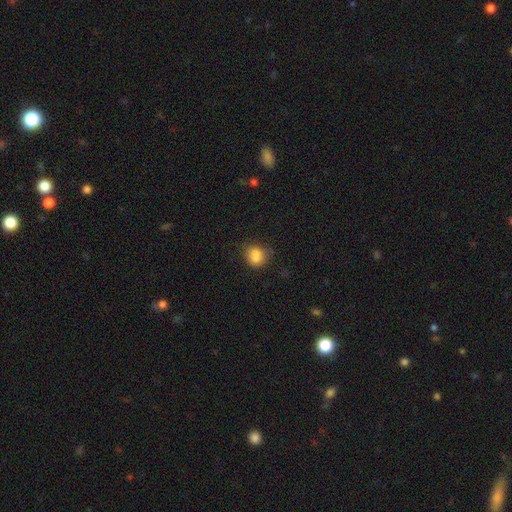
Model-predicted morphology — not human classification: Smooth or featured? Predicted: smooth (p=0.78). How rounded? Predicted: round (p=0.65). Merging? Predicted: none (p=0.50).